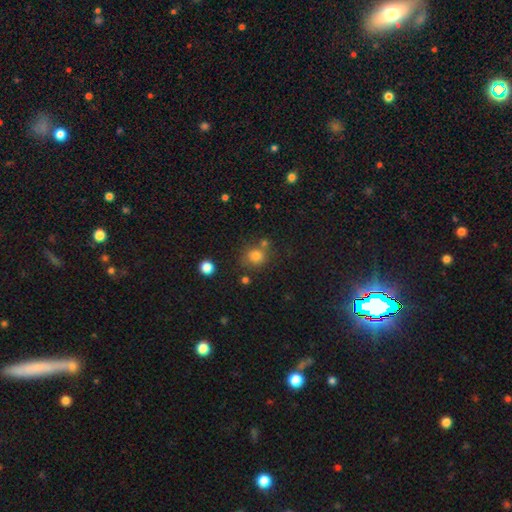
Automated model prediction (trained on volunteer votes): Smooth or featured? smooth (79%)
How rounded? round (82%)
Merging? none (67%)